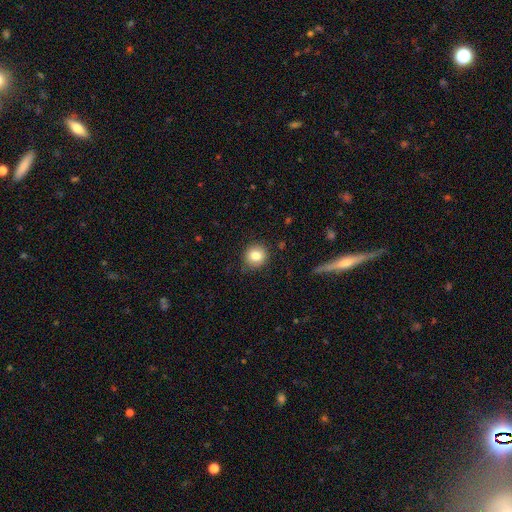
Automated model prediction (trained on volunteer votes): smooth_or_featured: smooth (p=0.83) [alt: star or artifact p=0.10]
how_rounded: round (p=0.90) [alt: in between p=0.09]
merging: none (p=0.85) [alt: minor disturbance p=0.11]